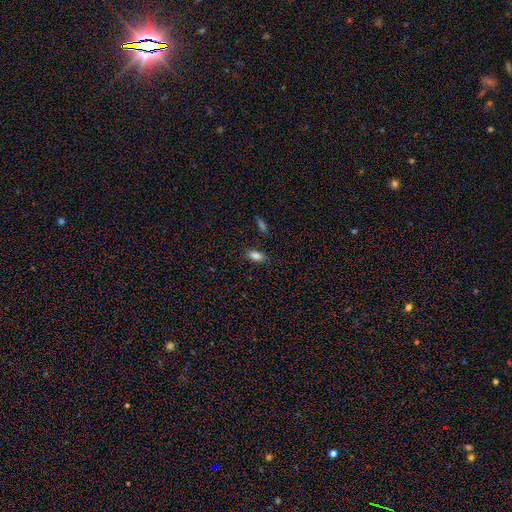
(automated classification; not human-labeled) Morphology: type=smooth (84%); roundness=in between (89%); merging=none (84%).